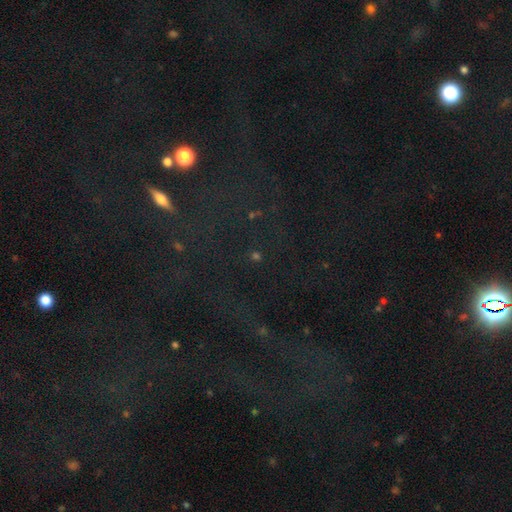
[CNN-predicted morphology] star or artifact 61%, smooth 27%, featured or disk 12%.